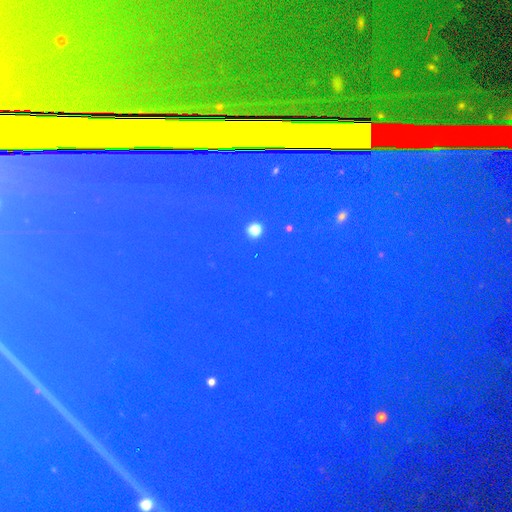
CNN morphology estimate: Smooth or featured: star or artifact — 81% (smooth — 11%)